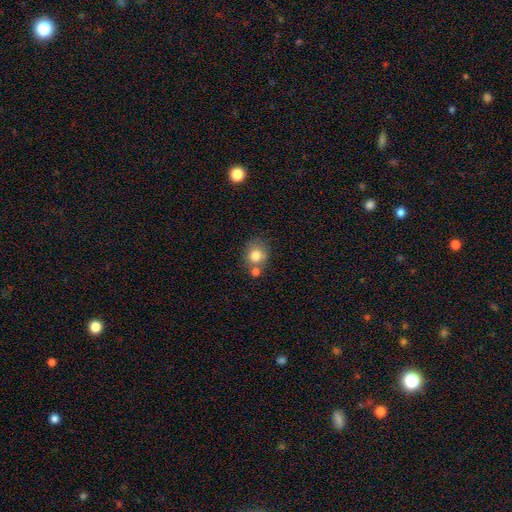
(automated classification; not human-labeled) This appears to be a smooth galaxy with no disk features (80%) that is round (75%). Merging: none (54%).